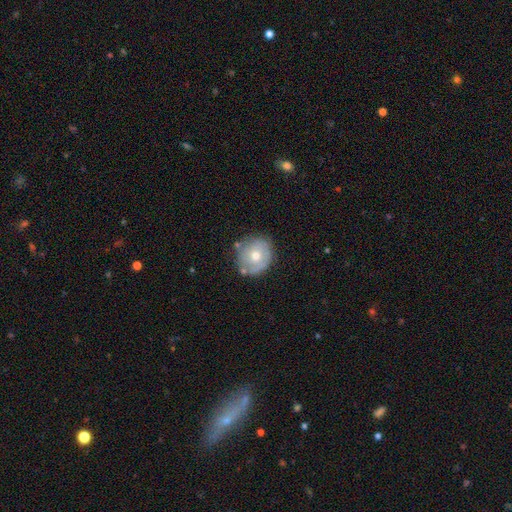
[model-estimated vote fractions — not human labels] Overall: featured or disk (48%; smooth 44%). Merging: none (67%).